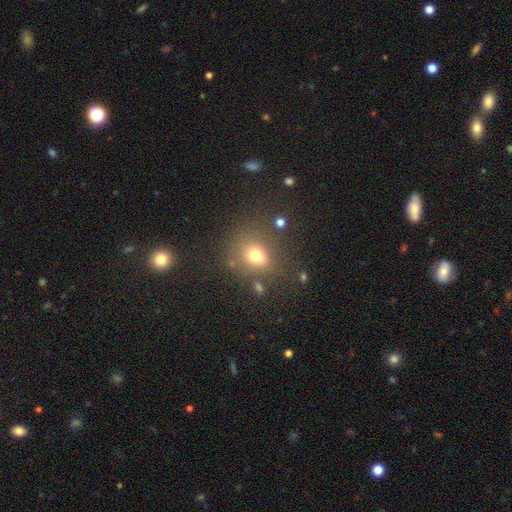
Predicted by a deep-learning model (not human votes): This is likely a smooth galaxy (73%). How rounded: possibly round (58%). Merging: likely none (66%).